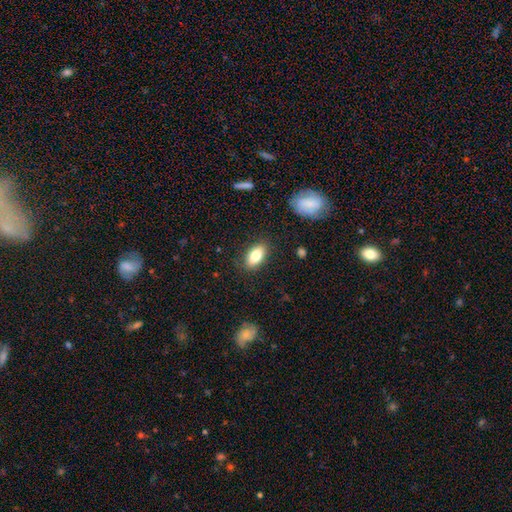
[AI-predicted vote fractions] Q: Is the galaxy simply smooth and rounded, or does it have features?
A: smooth — 81%.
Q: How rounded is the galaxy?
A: in between — 88%.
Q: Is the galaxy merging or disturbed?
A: none — 86%.